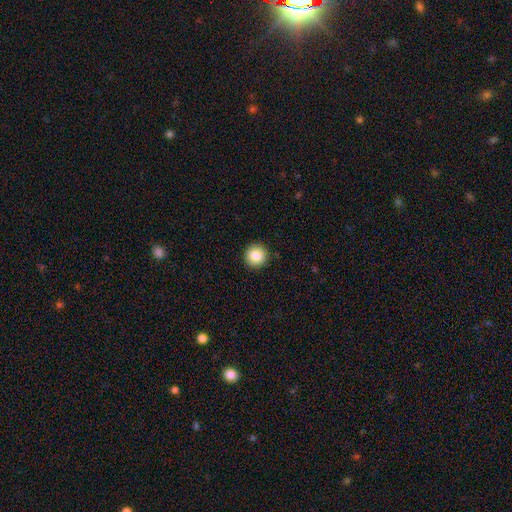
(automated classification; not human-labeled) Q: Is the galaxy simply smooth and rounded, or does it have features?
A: smooth — 84%.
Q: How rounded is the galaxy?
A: round — 96%.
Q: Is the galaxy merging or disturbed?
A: none — 93%.